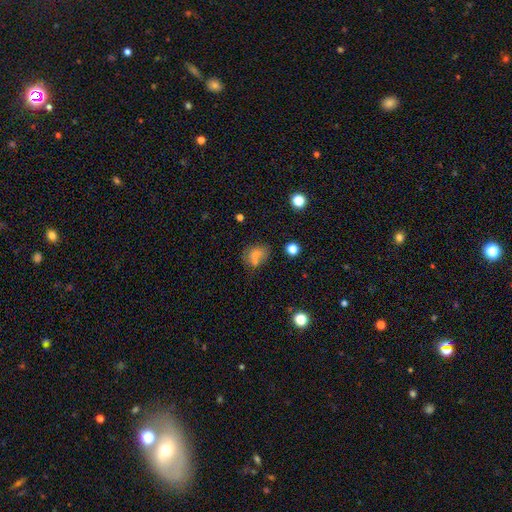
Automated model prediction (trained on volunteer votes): Smooth or featured? Predicted: smooth (p=0.68). How rounded? Predicted: in between (p=0.53). Merging? Predicted: none (p=0.45).